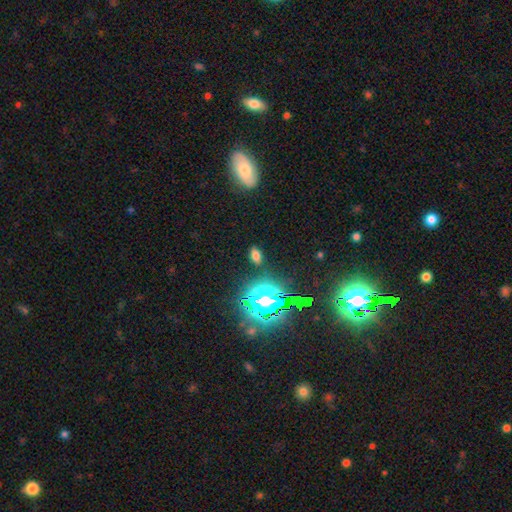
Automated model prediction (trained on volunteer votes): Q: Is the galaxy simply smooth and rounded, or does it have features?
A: smooth — 62%.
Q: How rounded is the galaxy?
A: in between — 84%.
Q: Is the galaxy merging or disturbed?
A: none — 84%.